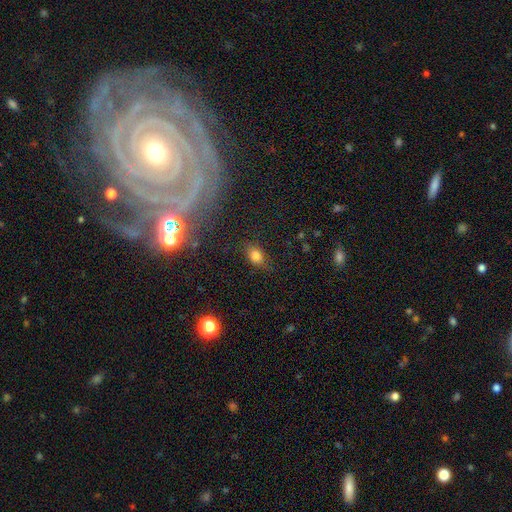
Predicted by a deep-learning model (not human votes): smooth-or-featured: smooth: 80% | star or artifact: 12% | featured or disk: 8%
  how-rounded: in between: 77% | round: 20% | cigar-shaped: 3%
  merging: none: 75% | minor disturbance: 18% | major disturbance: 5% | merger: 2%